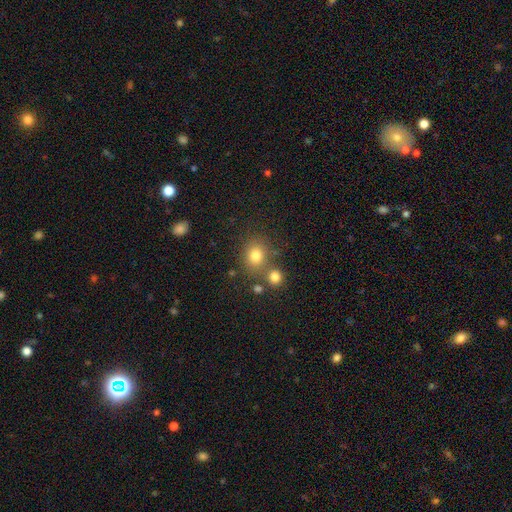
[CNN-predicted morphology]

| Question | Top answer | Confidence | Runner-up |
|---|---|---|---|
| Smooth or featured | smooth | 78% | star or artifact (14%) |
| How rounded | round | 70% | in between (30%) |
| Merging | none | 68% | merger (17%) |